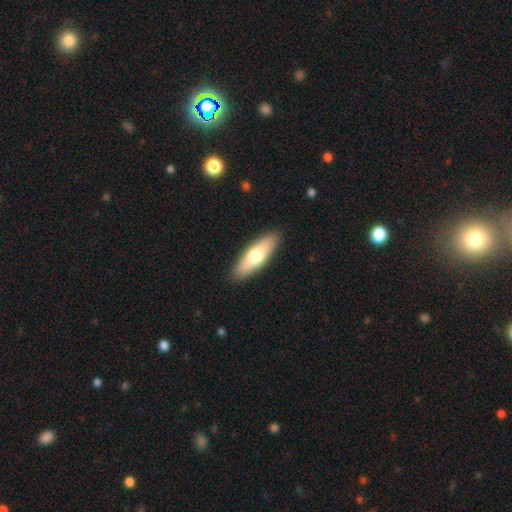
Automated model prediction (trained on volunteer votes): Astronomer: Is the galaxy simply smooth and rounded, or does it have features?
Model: smooth — 65%.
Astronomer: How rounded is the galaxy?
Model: in between — 52% (runner-up: cigar-shaped, 46%).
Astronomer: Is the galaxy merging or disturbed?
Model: none — 89%.